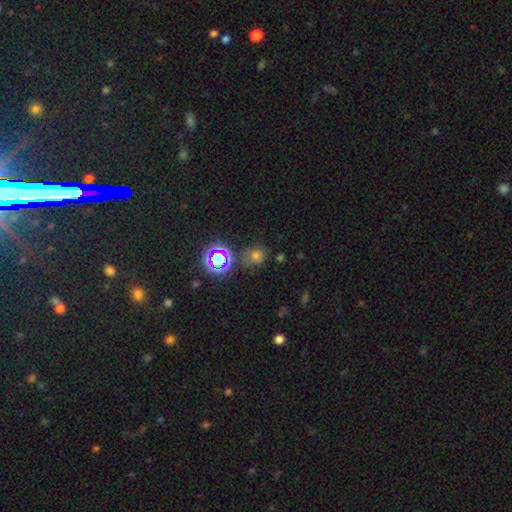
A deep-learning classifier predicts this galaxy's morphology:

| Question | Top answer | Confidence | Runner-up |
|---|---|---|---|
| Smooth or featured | smooth | 55% | star or artifact (36%) |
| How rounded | round | 78% | in between (21%) |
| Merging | none | 72% | minor disturbance (16%) |